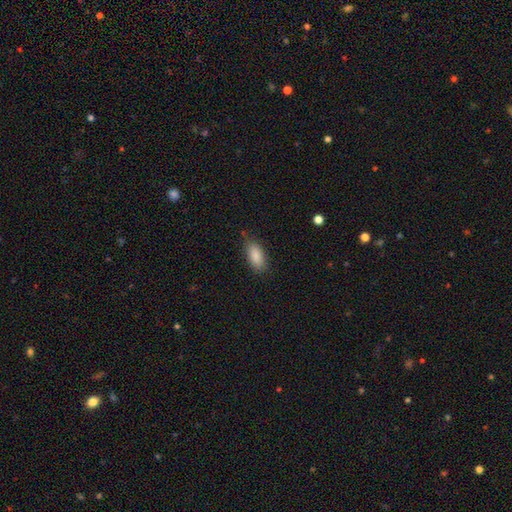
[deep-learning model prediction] Overall: smooth (88%). How rounded: in between (89%). Merging: none (81%).